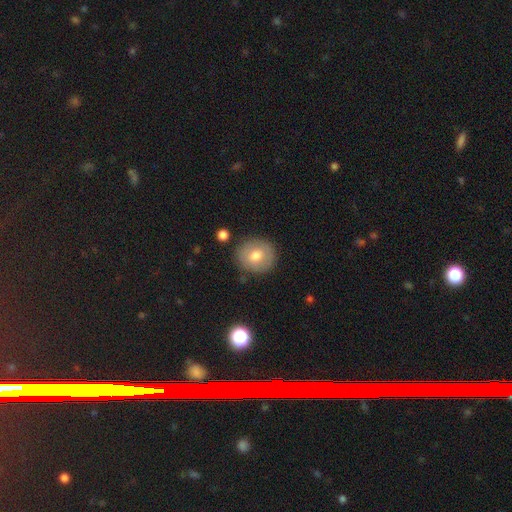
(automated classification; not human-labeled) smooth 70%, featured or disk 22%, star or artifact 8%. Down the decision tree: how rounded — round (84%); merging — none (84%).